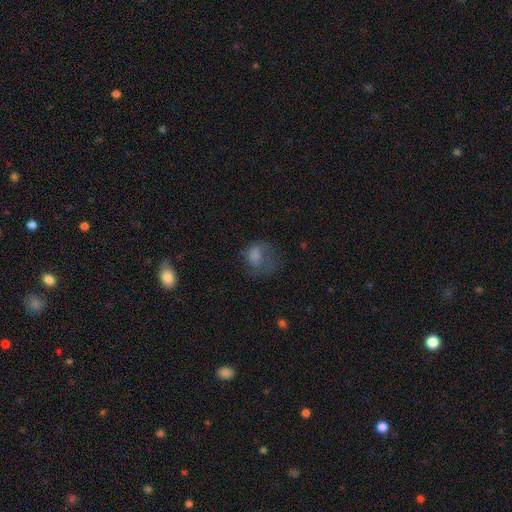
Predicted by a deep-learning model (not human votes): The model was most divided on "how rounded": in between: 53%, round: 46%, cigar-shaped: 1%. Remaining: smooth or featured — smooth (65%); merging — major disturbance (46%).